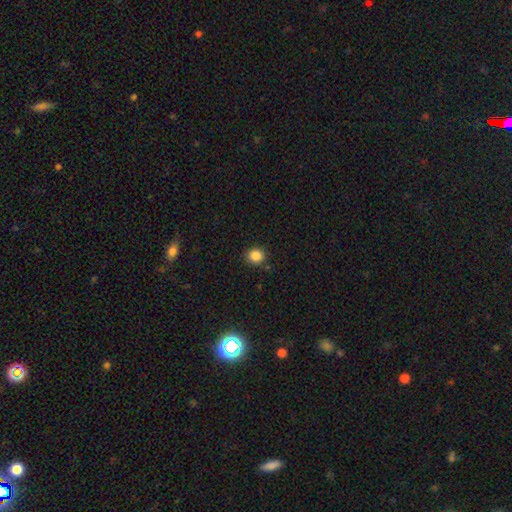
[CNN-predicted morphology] Smooth or featured?
  - smooth: 85% *
  - star or artifact: 11%
  - featured or disk: 4%
How rounded?
  - round: 84% *
  - in between: 16%
  - cigar-shaped: 1%
Merging?
  - none: 88% *
  - minor disturbance: 8%
  - major disturbance: 2%
  - merger: 2%